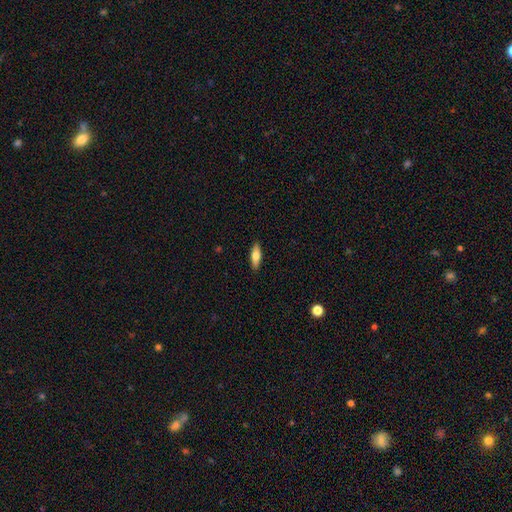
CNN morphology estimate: Smooth or featured: smooth — 72% (featured or disk — 22%)
How rounded: in between — 56% (cigar-shaped — 42%)
Merging: none — 89% (minor disturbance — 8%)